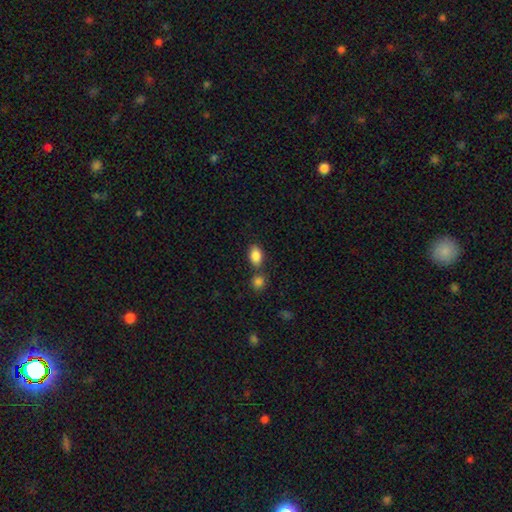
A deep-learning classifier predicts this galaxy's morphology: Smooth or featured?
  - smooth: 86% *
  - star or artifact: 8%
  - featured or disk: 5%
How rounded?
  - in between: 87% *
  - round: 11%
  - cigar-shaped: 2%
Merging?
  - none: 67% *
  - merger: 19%
  - minor disturbance: 11%
  - major disturbance: 3%